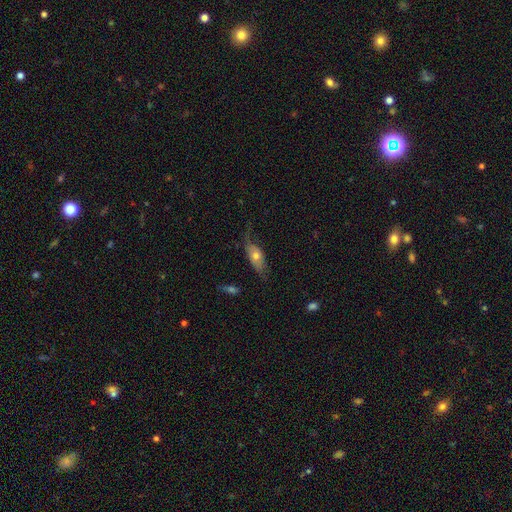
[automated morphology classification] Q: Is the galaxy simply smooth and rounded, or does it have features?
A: smooth — 54%.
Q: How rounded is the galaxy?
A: in between — 79%.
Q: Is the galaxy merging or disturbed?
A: none — 43%.